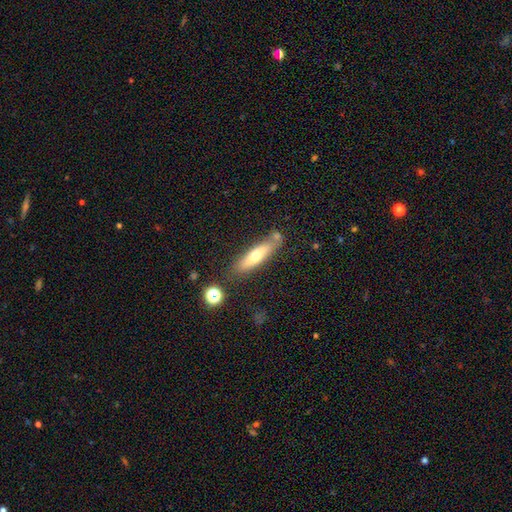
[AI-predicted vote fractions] This is possibly a smooth galaxy (58%). How rounded: likely cigar-shaped (72%). Merging: likely none (72%).